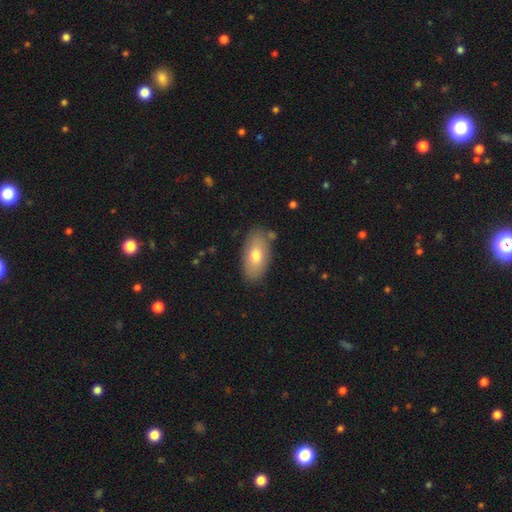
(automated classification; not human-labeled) This appears to be a smooth galaxy with no disk features (74%) that is in between round and cigar-shaped (93%). Merging: none (80%).